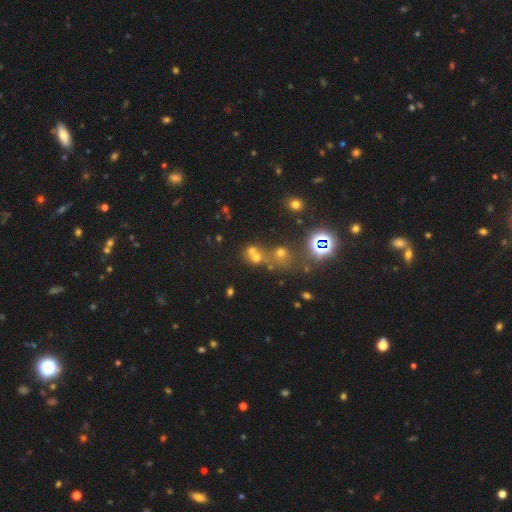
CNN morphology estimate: A star or artifact, not a galaxy (44%).